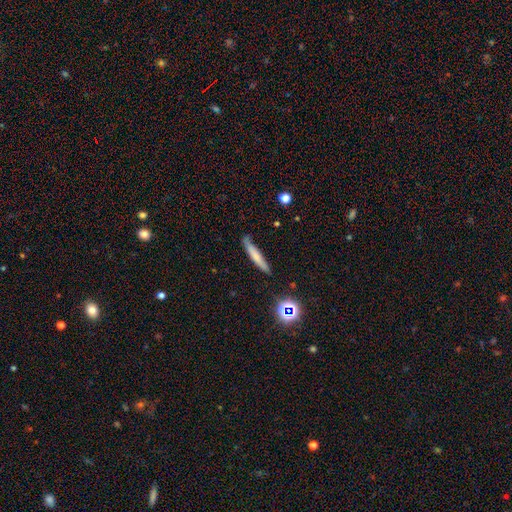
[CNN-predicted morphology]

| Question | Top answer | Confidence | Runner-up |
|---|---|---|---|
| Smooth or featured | smooth | 65% | featured or disk (26%) |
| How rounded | cigar-shaped | 92% | in between (6%) |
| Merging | none | 77% | minor disturbance (17%) |